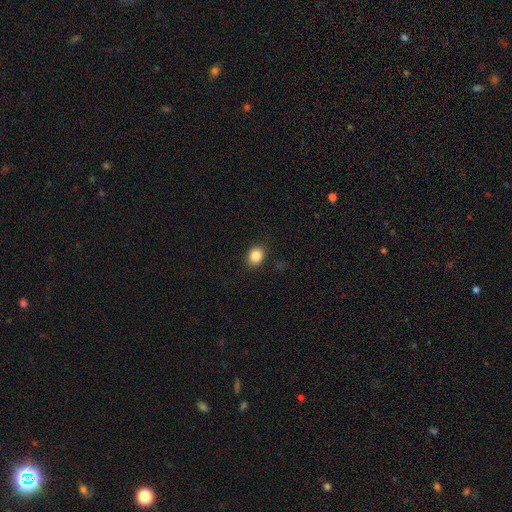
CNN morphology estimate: The model was most divided on "how rounded": round: 63%, in between: 36%, cigar-shaped: 1%. More confident: merging — none (87%); smooth or featured — smooth (85%).